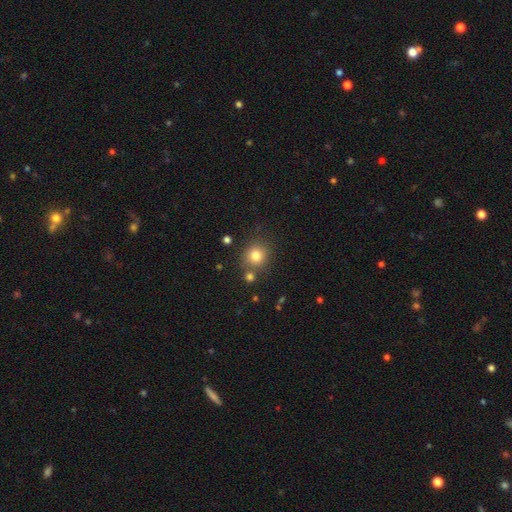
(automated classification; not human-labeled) Smooth or featured? smooth (80%)
How rounded? round (88%)
Merging? none (76%)